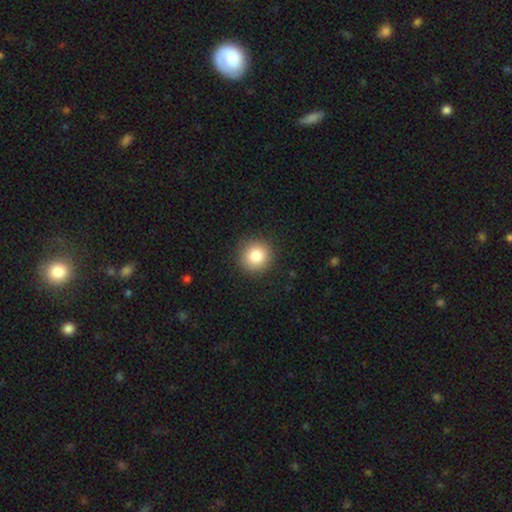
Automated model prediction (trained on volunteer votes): smooth_or_featured: smooth (p=0.84) [alt: star or artifact p=0.10]
how_rounded: round (p=0.94) [alt: in between p=0.06]
merging: none (p=0.91) [alt: minor disturbance p=0.06]